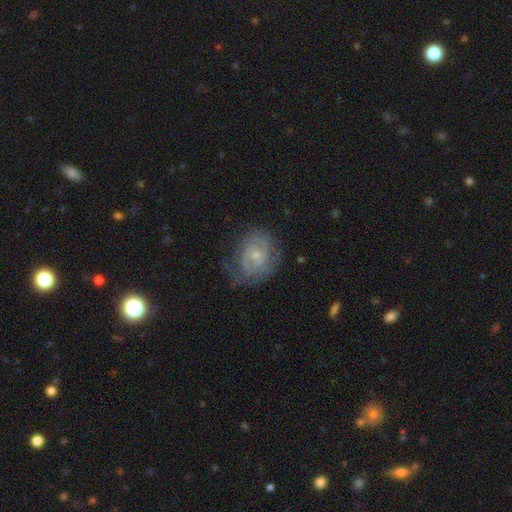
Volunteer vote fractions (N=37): Smooth or featured? 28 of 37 (76%) said featured or disk. Edge-on disk? 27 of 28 (96%) said no. Bar? 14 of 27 (52%) said no. Spiral arms? 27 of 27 (100%) said yes. Spiral winding? 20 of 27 (74%) said tight. Spiral arm count? 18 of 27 (67%) said 2. Bulge size? 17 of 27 (63%) said small. Merging? 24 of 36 (67%) said none.